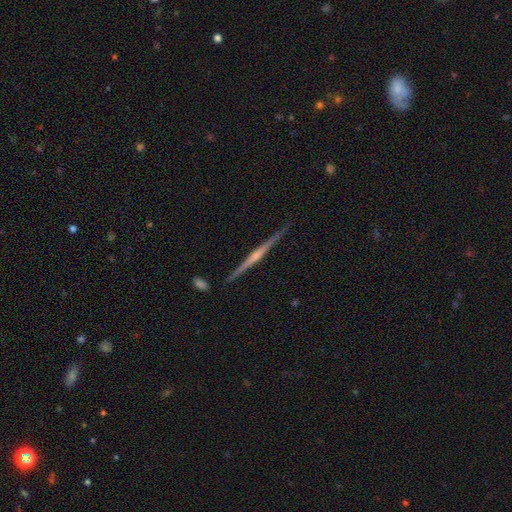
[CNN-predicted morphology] smooth-or-featured: featured or disk: 82% | smooth: 12% | star or artifact: 7%
  disk-edge-on: yes: 98% | no: 2%
    edge-on-bulge: rounded: 68% | none: 22% | boxy: 10%
  merging: none: 90% | minor disturbance: 7% | merger: 2% | major disturbance: 2%